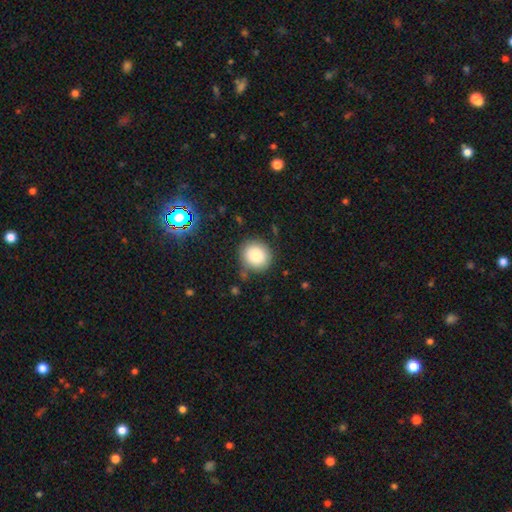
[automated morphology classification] A smooth galaxy with no disk features (85%) that is round (85%). Merging: none (81%).